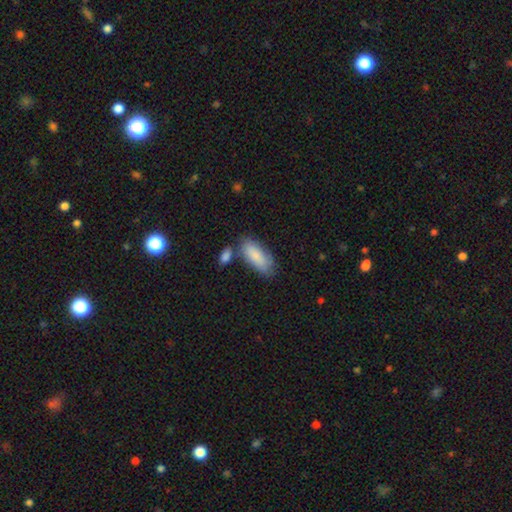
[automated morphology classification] Overall: smooth (84%). How rounded: in between (83%). Merging: none (64%).